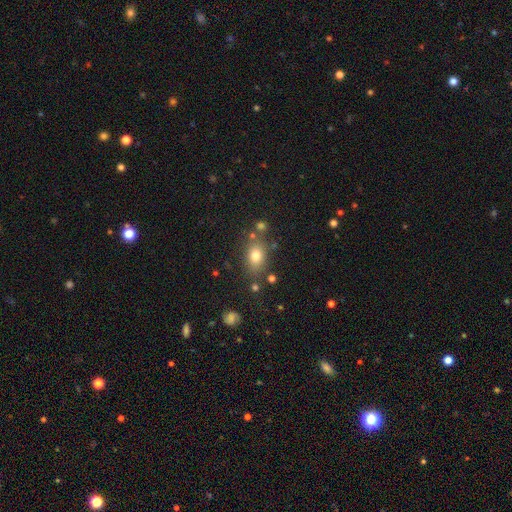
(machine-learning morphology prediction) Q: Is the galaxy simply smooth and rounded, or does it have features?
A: smooth — 77%.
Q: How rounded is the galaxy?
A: in between — 71%.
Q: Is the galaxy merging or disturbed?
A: none — 74%.